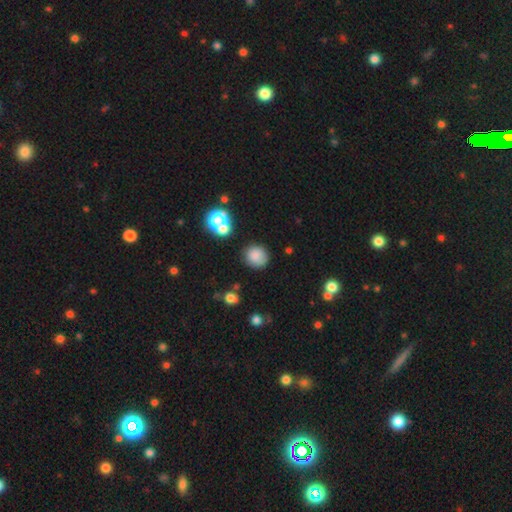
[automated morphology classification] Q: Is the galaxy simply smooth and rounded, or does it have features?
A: smooth — 80%.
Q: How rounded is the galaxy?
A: round — 83%.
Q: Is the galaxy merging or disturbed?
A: none — 74%.